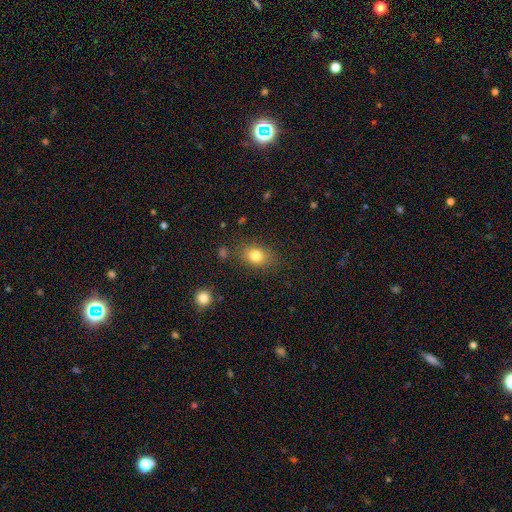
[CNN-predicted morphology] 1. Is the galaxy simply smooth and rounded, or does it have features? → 81% smooth, 11% star or artifact, 8% featured or disk.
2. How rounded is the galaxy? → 62% in between, 37% round, 1% cigar-shaped.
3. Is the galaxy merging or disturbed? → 81% none, 13% minor disturbance, 4% major disturbance, 3% merger.